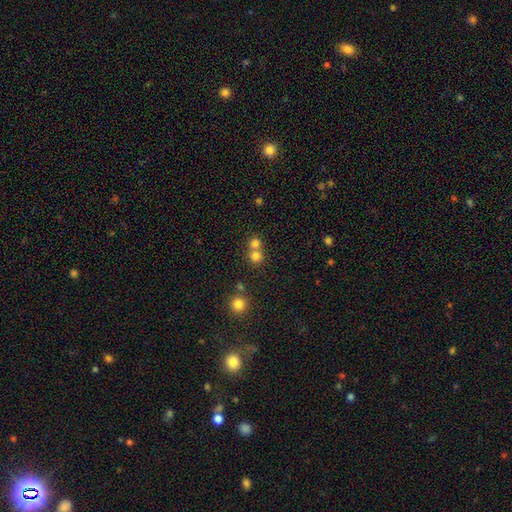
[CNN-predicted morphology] smooth_or_featured: smooth (p=0.77) [alt: star or artifact p=0.15]
how_rounded: round (p=0.90) [alt: in between p=0.09]
merging: none (p=0.52) [alt: merger p=0.42]